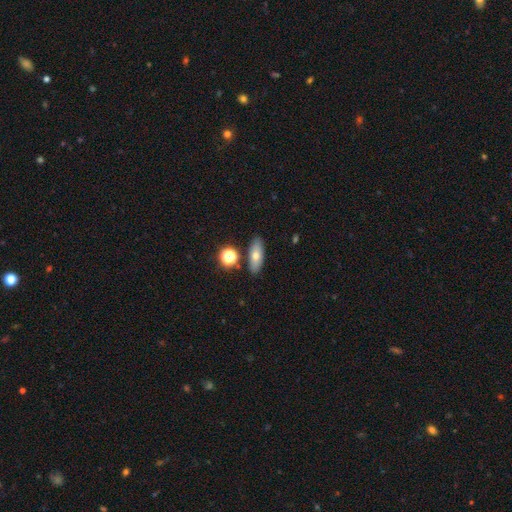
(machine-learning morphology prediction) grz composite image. It shows a smooth galaxy with no disk features (65%) that is in between round and cigar-shaped (68%). Merging: none (84%).